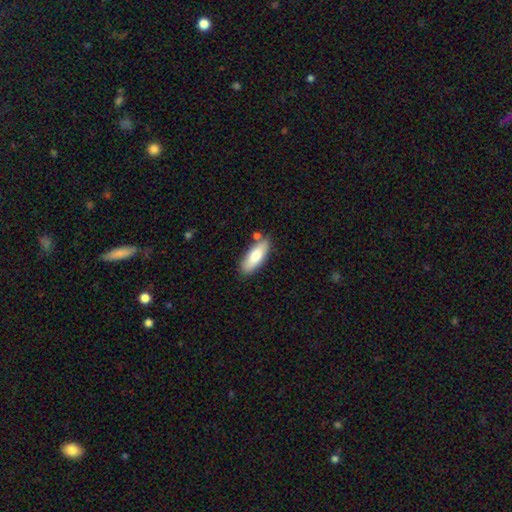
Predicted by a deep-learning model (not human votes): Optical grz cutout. It shows a smooth galaxy with no disk features (75%) that is in between round and cigar-shaped (66%). Merging: none (79%).